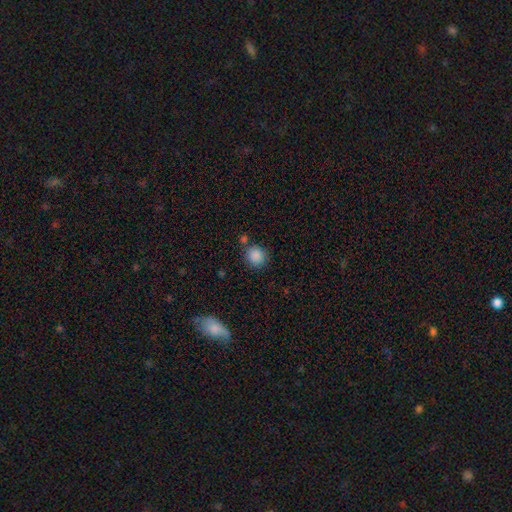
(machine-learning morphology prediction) The model was most divided on "merging": none: 76%, minor disturbance: 11%, merger: 9%, major disturbance: 4%. More confident: smooth or featured — smooth (87%); how rounded — round (87%).